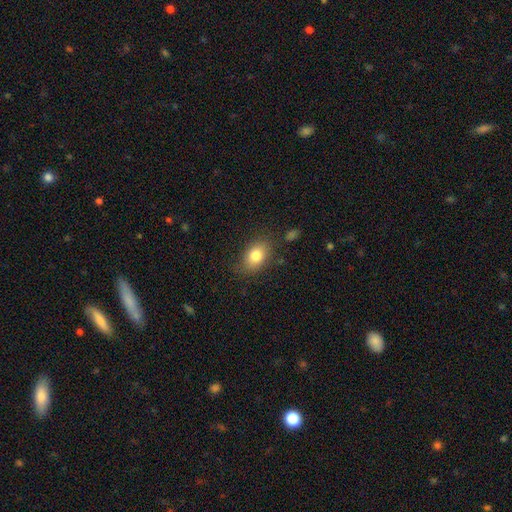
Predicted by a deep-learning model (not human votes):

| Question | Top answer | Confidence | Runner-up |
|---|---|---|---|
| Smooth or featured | smooth | 80% | featured or disk (11%) |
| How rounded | in between | 80% | round (18%) |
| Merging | none | 78% | minor disturbance (15%) |